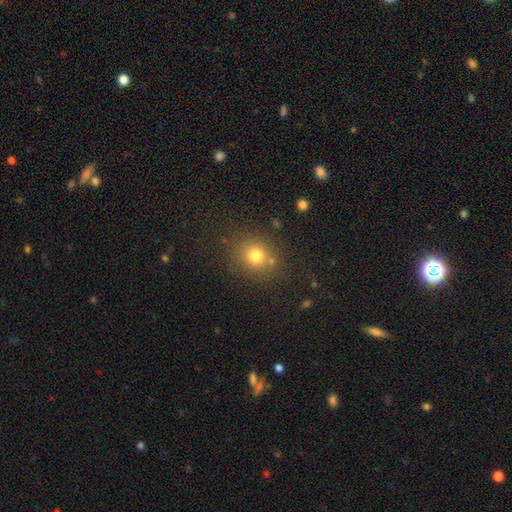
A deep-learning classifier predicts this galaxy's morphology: type=smooth (75%); roundness=round (81%); merging=none (78%).